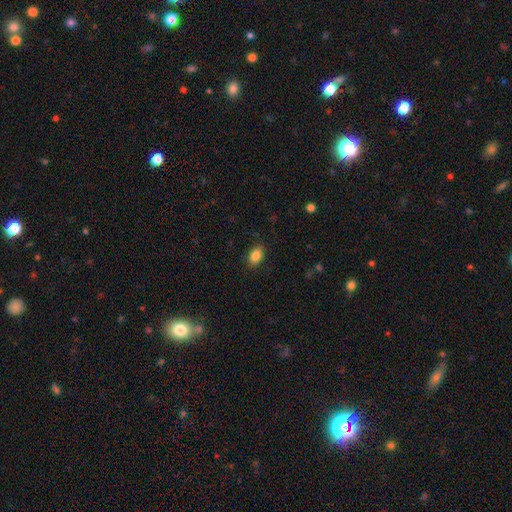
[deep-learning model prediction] Q: Smooth or featured?
A: smooth (85%); runner-up: star or artifact (8%)
Q: How rounded?
A: in between (86%); runner-up: round (13%)
Q: Merging?
A: none (87%); runner-up: minor disturbance (9%)